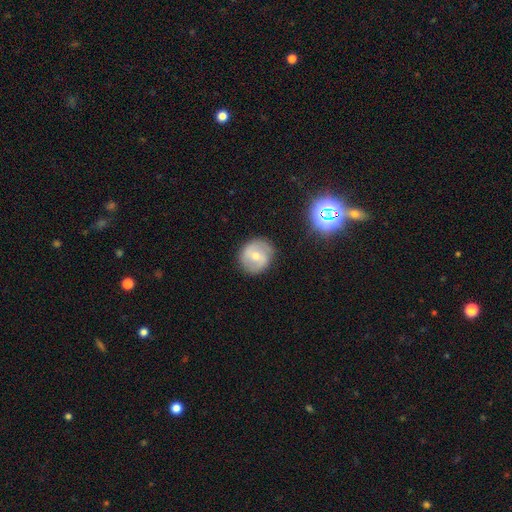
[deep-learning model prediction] The model was most divided on "bar": weak: 44%, no: 39%, strong: 17%. More confident: edge-on disk — no (97%); merging — none (84%); spiral arms — yes (75%); smooth or featured — featured or disk (56%); bulge size — moderate (52%).